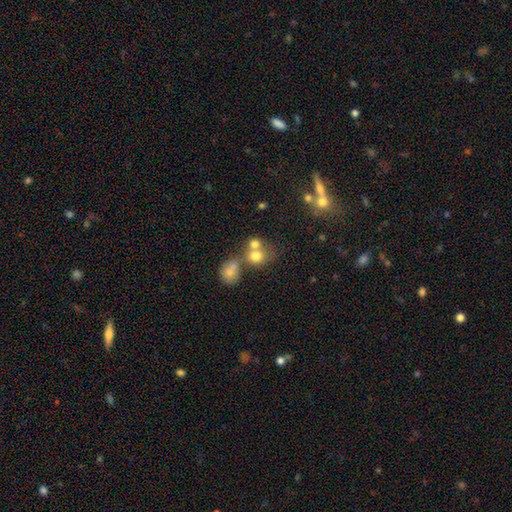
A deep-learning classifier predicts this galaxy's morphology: smooth_or_featured: smooth (p=0.73) [alt: star or artifact p=0.13]
how_rounded: round (p=0.76) [alt: in between p=0.23]
merging: merger (p=0.48) [alt: none p=0.38]